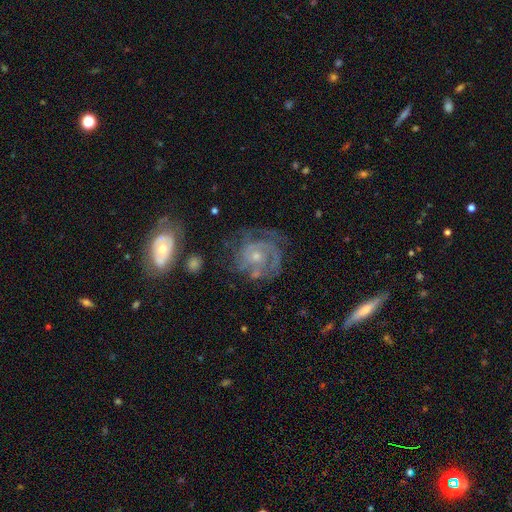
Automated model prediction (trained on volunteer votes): Smooth or featured: featured or disk — 82% (smooth — 11%)
Edge-on disk: no — 97% (yes — 3%)
Bar: no — 76% (weak — 21%)
Spiral arms: yes — 90% (no — 10%)
Spiral winding: tight — 63% (medium — 29%)
Spiral arm count: can't tell — 36% (2 — 27%)
Bulge size: small — 58% (moderate — 37%)
Merging: none — 57% (minor disturbance — 20%)